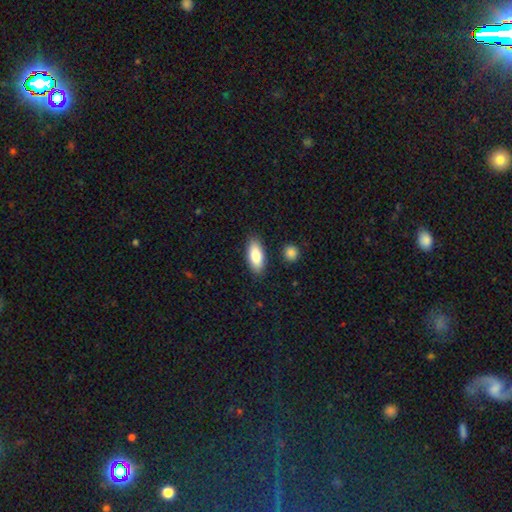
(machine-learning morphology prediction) Smooth or featured? Predicted: smooth (p=0.83). How rounded? Predicted: in between (p=0.83). Merging? Predicted: none (p=0.86).